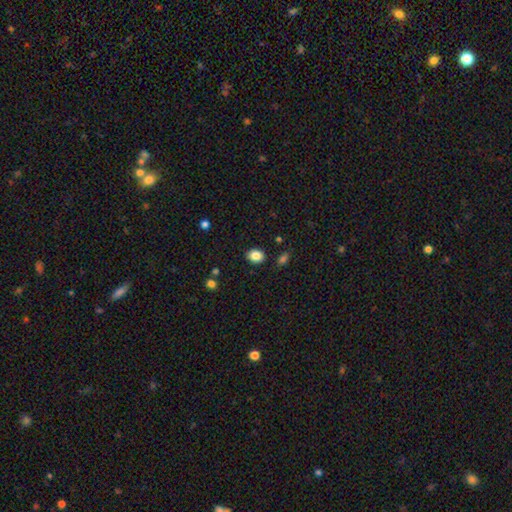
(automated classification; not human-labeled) smooth 85%, star or artifact 9%, featured or disk 6%. Down the decision tree: how rounded — in between (55%); merging — none (87%).